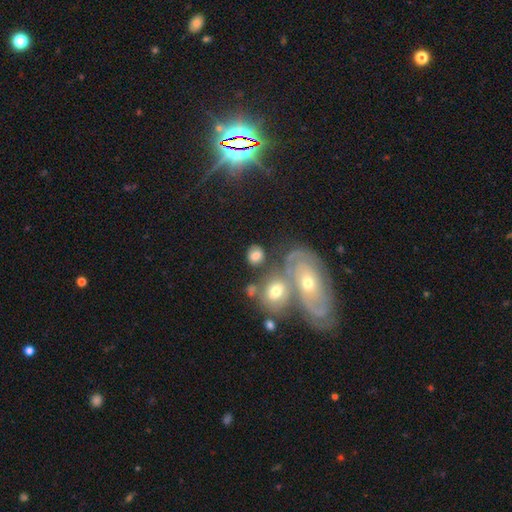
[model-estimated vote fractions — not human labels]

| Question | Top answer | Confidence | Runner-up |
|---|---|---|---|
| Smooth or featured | smooth | 68% | featured or disk (23%) |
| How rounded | round | 53% | in between (46%) |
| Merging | none | 55% | merger (20%) |